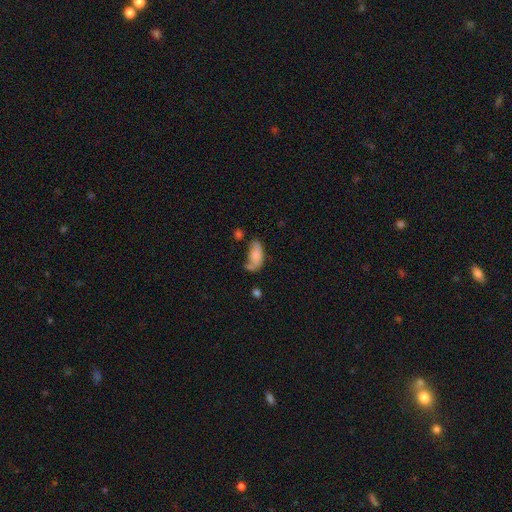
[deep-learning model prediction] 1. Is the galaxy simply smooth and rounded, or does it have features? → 70% smooth, 21% featured or disk, 9% star or artifact.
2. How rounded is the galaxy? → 89% in between, 7% cigar-shaped, 4% round.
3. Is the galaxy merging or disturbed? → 32% none, 27% minor disturbance, 21% major disturbance, 20% merger.